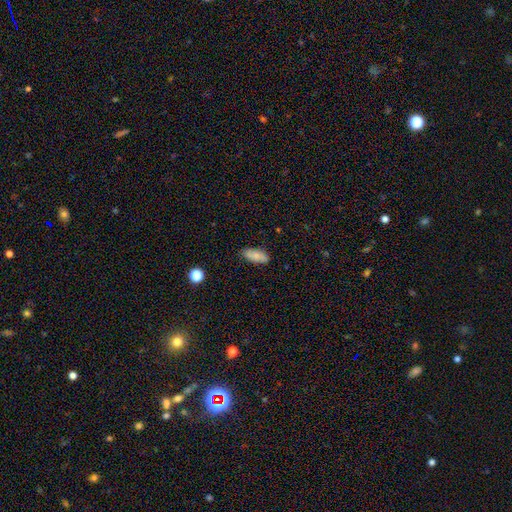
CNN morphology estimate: The model was most divided on "how rounded": in between: 83%, cigar-shaped: 15%, round: 3%. More confident: merging — none (86%); smooth or featured — smooth (82%).